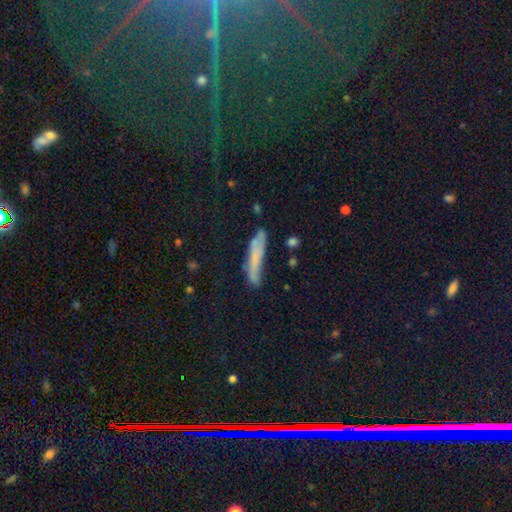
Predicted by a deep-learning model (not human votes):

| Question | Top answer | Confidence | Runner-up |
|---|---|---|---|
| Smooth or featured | smooth | 63% | featured or disk (25%) |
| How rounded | cigar-shaped | 90% | in between (8%) |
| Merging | none | 66% | minor disturbance (23%) |